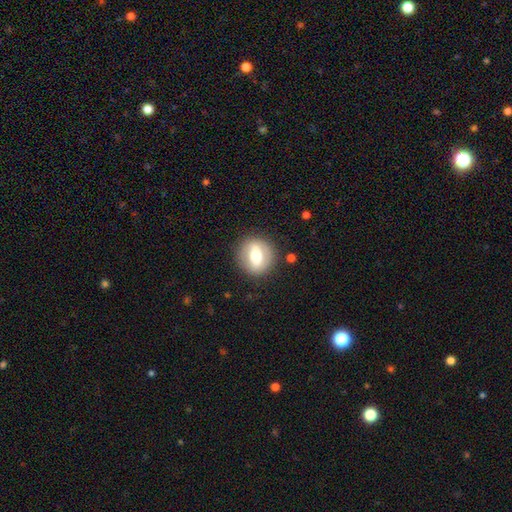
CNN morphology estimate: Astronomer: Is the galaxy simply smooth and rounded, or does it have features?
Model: smooth — 51% (runner-up: featured or disk, 41%).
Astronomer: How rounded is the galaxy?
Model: round — 86%.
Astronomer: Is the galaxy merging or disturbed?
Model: none — 86%.